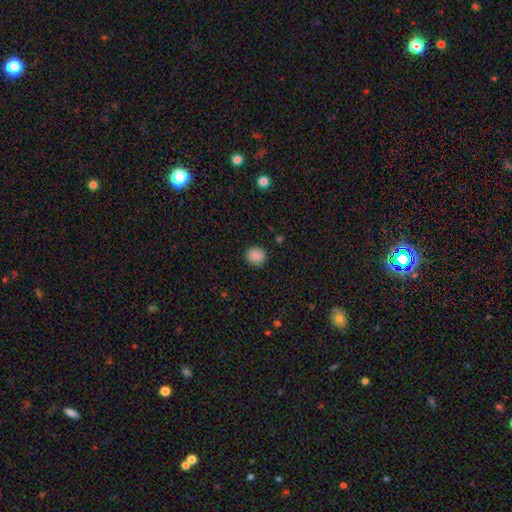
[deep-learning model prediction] smooth-or-featured: smooth: 88% | star or artifact: 9% | featured or disk: 3%
  how-rounded: round: 86% | in between: 13% | cigar-shaped: 1%
  merging: none: 89% | minor disturbance: 7% | major disturbance: 2% | merger: 1%